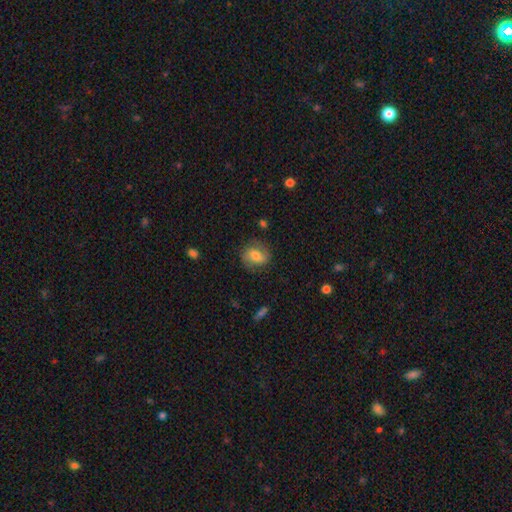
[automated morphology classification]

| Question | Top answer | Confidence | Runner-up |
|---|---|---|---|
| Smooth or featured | smooth | 62% | featured or disk (30%) |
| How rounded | round | 52% | in between (46%) |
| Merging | none | 75% | minor disturbance (18%) |